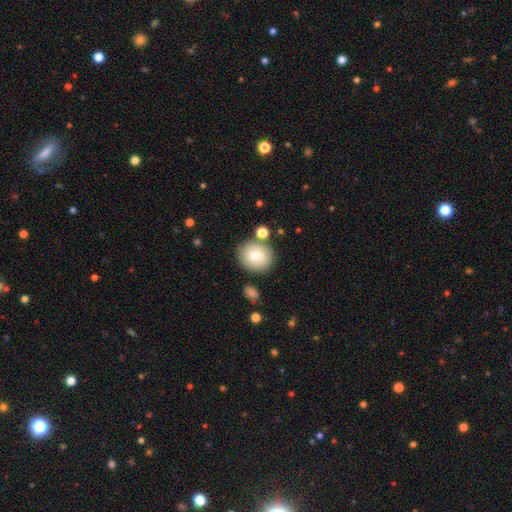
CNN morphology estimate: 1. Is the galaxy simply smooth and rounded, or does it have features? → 74% smooth, 17% featured or disk, 8% star or artifact.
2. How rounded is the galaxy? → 71% round, 28% in between, 1% cigar-shaped.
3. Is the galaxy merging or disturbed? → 76% none, 12% minor disturbance, 8% merger, 4% major disturbance.